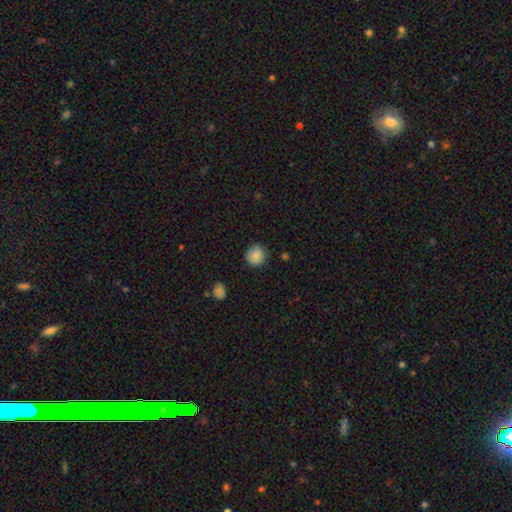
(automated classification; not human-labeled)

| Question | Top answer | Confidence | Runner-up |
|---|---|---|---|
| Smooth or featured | smooth | 88% | star or artifact (9%) |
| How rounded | round | 88% | in between (11%) |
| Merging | none | 83% | minor disturbance (13%) |